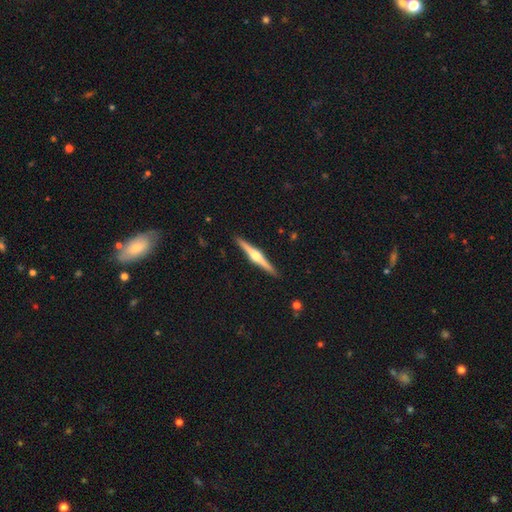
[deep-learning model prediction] Smooth or featured: featured or disk — 79% (smooth — 16%)
Edge-on disk: yes — 99% (no — 1%)
Edge-on bulge: rounded — 93% (boxy — 4%)
Merging: none — 92% (minor disturbance — 6%)